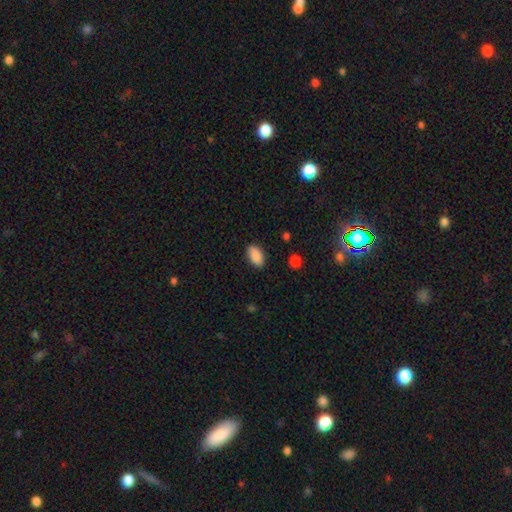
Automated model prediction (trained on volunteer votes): smooth_or_featured: smooth (p=0.89) [alt: star or artifact p=0.07]
how_rounded: in between (p=0.92) [alt: cigar-shaped p=0.04]
merging: none (p=0.86) [alt: minor disturbance p=0.10]